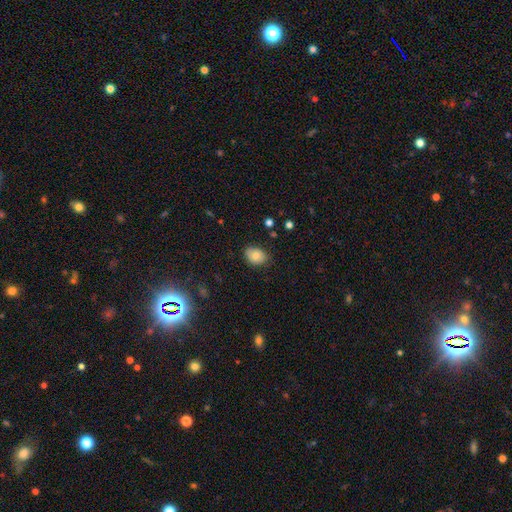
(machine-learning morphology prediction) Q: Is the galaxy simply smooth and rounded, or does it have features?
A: smooth — 80%.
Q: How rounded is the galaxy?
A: in between — 71%.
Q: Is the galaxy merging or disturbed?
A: none — 77%.